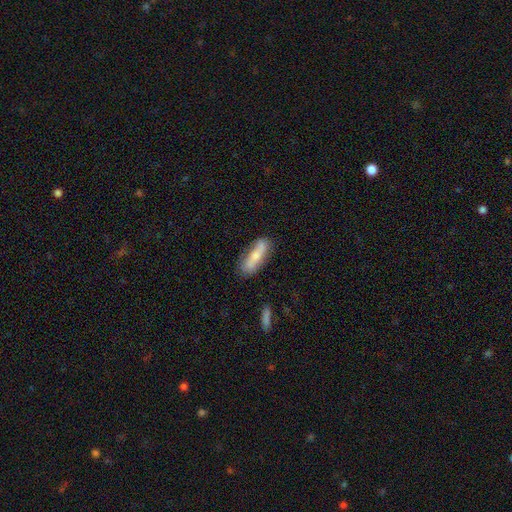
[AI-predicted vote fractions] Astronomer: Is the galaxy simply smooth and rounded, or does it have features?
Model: smooth — 63%.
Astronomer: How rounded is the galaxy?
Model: cigar-shaped — 49%, tied with in between at 49%.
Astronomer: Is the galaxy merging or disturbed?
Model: none — 75%.